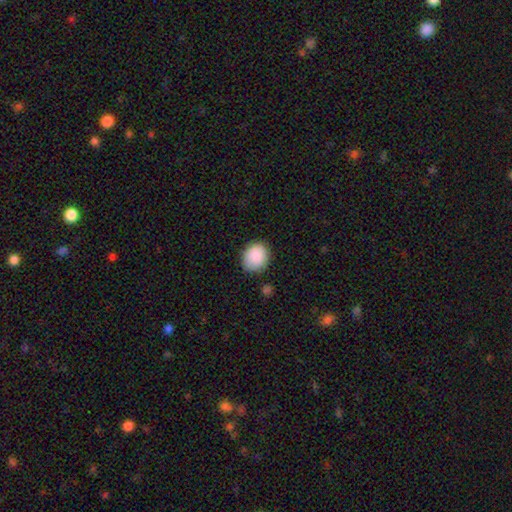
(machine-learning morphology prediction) Overall: smooth (89%). How rounded: round (64%; in between 35%). Merging: none (83%).